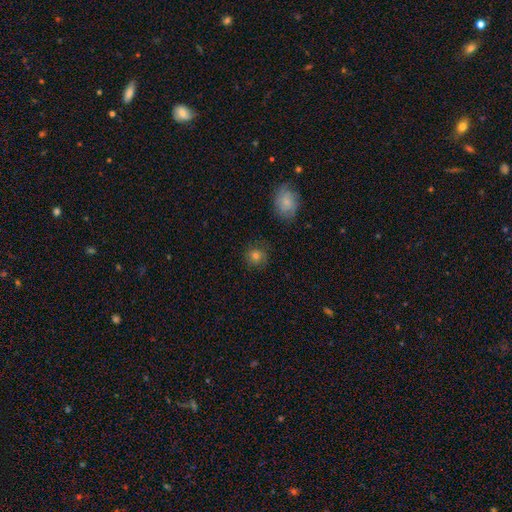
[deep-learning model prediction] Smooth or featured?
  - smooth: 72% *
  - star or artifact: 14%
  - featured or disk: 14%
How rounded?
  - round: 86% *
  - in between: 13%
  - cigar-shaped: 1%
Merging?
  - none: 80% *
  - minor disturbance: 14%
  - major disturbance: 5%
  - merger: 2%